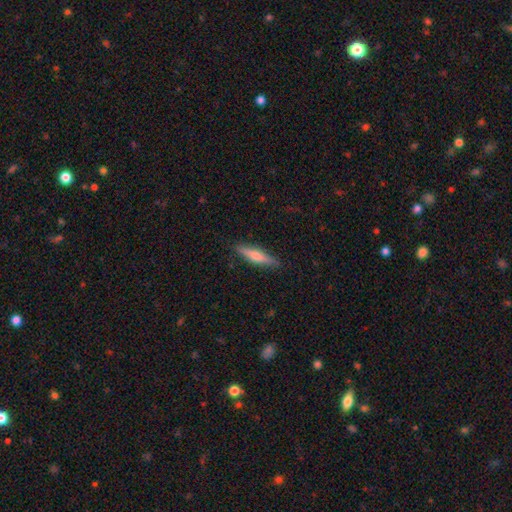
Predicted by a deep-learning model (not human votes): Smooth or featured?
  - featured or disk: 50% *
  - smooth: 44%
  - star or artifact: 6%
Edge-on disk?
  - yes: 95% *
  - no: 5%
Merging?
  - none: 89% *
  - minor disturbance: 8%
  - major disturbance: 2%
  - merger: 1%